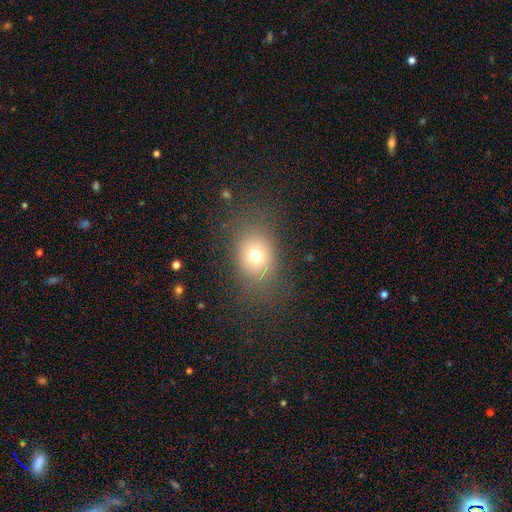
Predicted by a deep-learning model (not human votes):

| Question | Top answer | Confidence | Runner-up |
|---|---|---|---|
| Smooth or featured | smooth | 71% | star or artifact (15%) |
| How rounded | in between | 54% | round (45%) |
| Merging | none | 77% | minor disturbance (13%) |